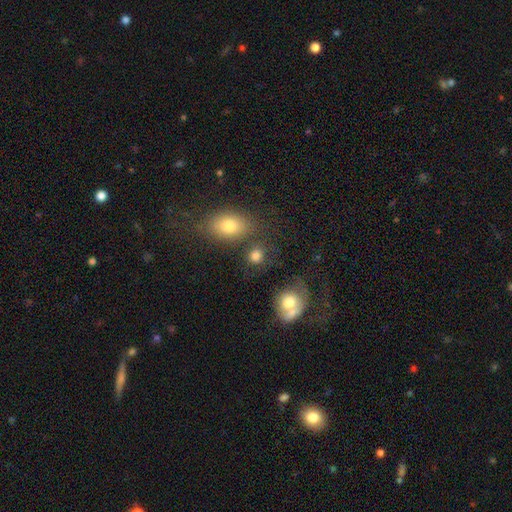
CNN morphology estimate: This is clearly a smooth galaxy (81%). How rounded: likely round (70%). Merging: likely none (68%).